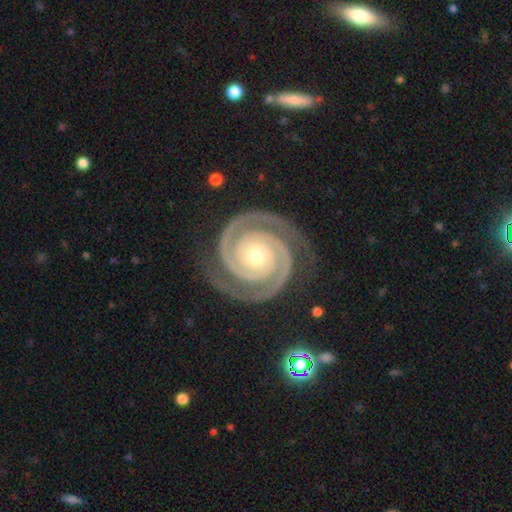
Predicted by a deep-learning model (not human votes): smooth_or_featured: featured or disk (p=0.95) [alt: star or artifact p=0.03]
disk_edge_on: no (p=0.98) [alt: yes p=0.02]
bar: no (p=0.79) [alt: weak p=0.11]
has_spiral_arms: yes (p=0.99) [alt: no p=0.01]
spiral_winding: tight (p=0.87) [alt: medium p=0.12]
spiral_arm_count: 2 (p=0.94) [alt: 3 p=0.02]
bulge_size: small (p=0.58) [alt: moderate p=0.39]
merging: none (p=0.87) [alt: minor disturbance p=0.09]